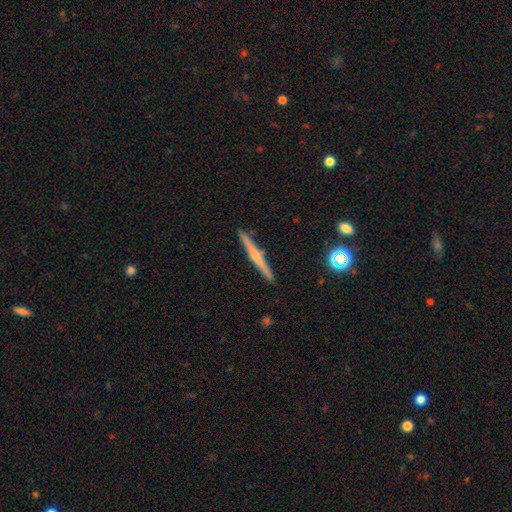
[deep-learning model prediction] smooth-or-featured: featured or disk: 61% | smooth: 32% | star or artifact: 7%
  disk-edge-on: yes: 98% | no: 2%
    edge-on-bulge: rounded: 64% | none: 28% | boxy: 7%
  merging: none: 92% | minor disturbance: 6% | merger: 1% | major disturbance: 1%